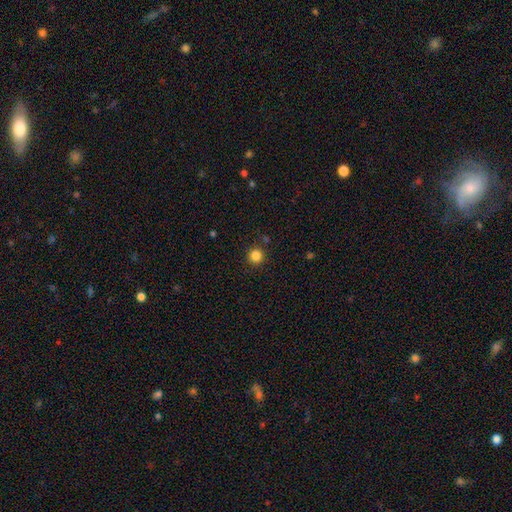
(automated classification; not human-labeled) smooth 84%, star or artifact 12%, featured or disk 3%. Down the decision tree: how rounded — round (95%); merging — none (91%).